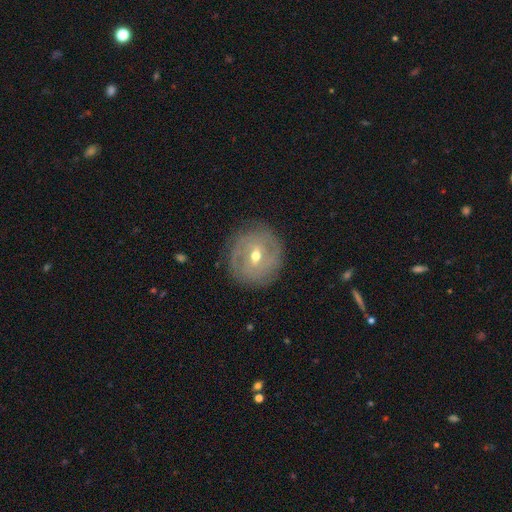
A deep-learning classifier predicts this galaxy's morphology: The model was most divided on "bar": weak: 52%, no: 29%, strong: 19%. More confident: edge-on disk — no (95%); merging — none (82%); spiral arms — yes (73%); smooth or featured — featured or disk (70%); bulge size — moderate (66%).